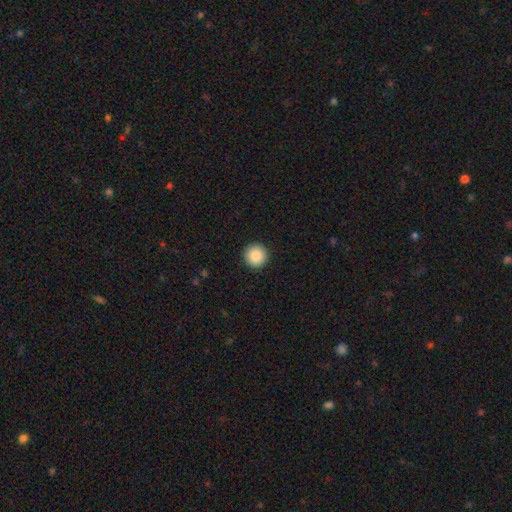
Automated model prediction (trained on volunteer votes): smooth-or-featured: smooth: 87% | star or artifact: 8% | featured or disk: 5%
  how-rounded: round: 96% | in between: 3% | cigar-shaped: 1%
  merging: none: 93% | minor disturbance: 4% | major disturbance: 1% | merger: 1%